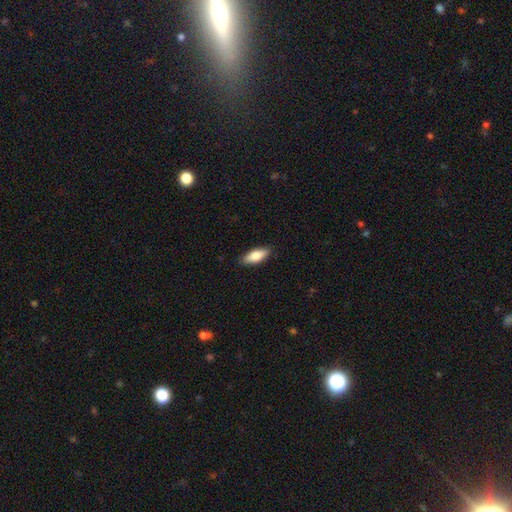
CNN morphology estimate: Overall: smooth (81%). How rounded: in between (75%). Merging: none (88%).